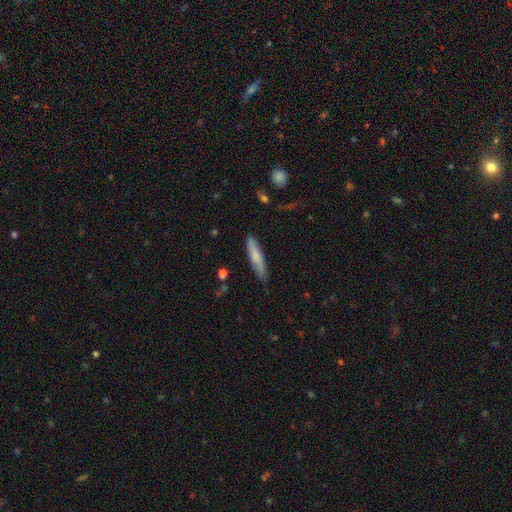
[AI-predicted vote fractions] This is likely a smooth galaxy (71%). How rounded: clearly cigar-shaped (87%). Merging: clearly none (83%).